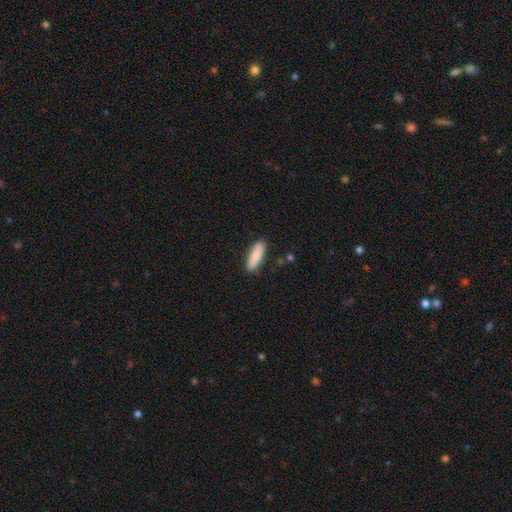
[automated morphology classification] A smooth galaxy with no disk features (88%) that is in between round and cigar-shaped (52%). Merging: none (87%).